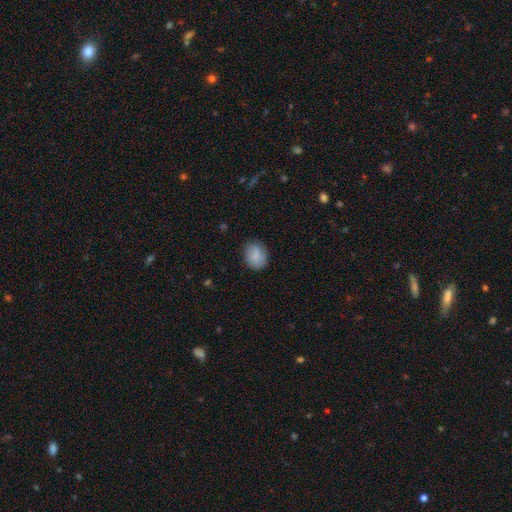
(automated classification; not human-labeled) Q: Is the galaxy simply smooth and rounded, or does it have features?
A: smooth — 84%.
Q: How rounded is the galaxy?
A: round — 57%.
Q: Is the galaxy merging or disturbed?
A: none — 81%.